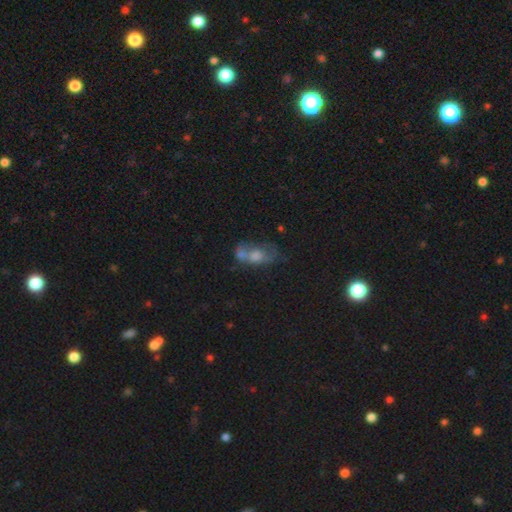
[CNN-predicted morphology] Smooth or featured?
  - smooth: 53% *
  - featured or disk: 32%
  - star or artifact: 15%
How rounded?
  - in between: 75% *
  - round: 18%
  - cigar-shaped: 8%
Merging?
  - merger: 44% *
  - none: 25%
  - major disturbance: 16%
  - minor disturbance: 15%